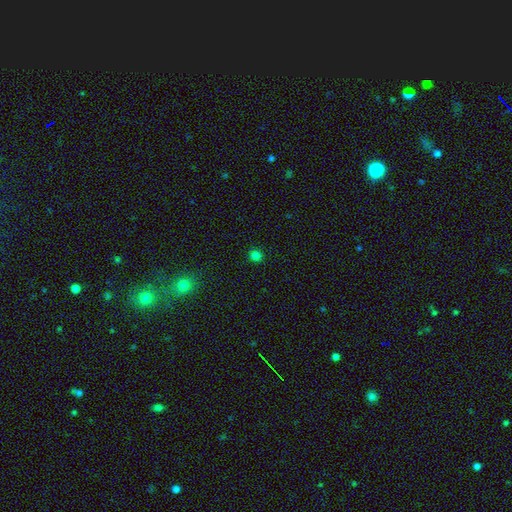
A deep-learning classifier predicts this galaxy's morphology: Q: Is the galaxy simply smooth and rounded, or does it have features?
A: smooth — 80%.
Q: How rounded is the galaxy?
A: round — 94%.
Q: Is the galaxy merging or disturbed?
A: none — 92%.